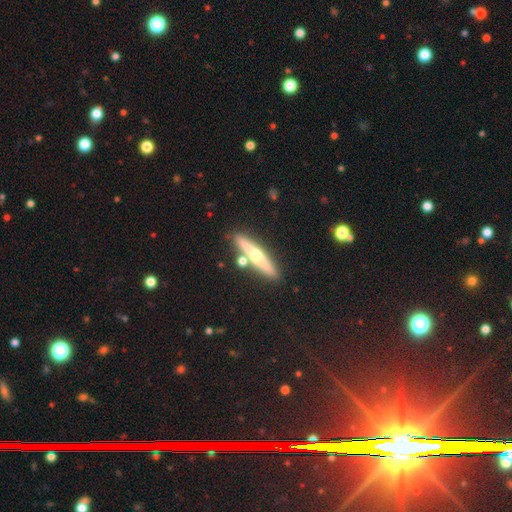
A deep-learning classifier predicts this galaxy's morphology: A featured or disk galaxy (60%) viewed edge-on (94%) with a rounded central bulge (91%).

Vote fractions:
- Smooth or featured? featured or disk: 60% / smooth: 34% / star or artifact: 7%
- Edge-on disk? yes: 94% / no: 6%
- Edge-on bulge? rounded: 91% / none: 6% / boxy: 3%
- Merging? none: 83% / minor disturbance: 8% / merger: 7% / major disturbance: 2%